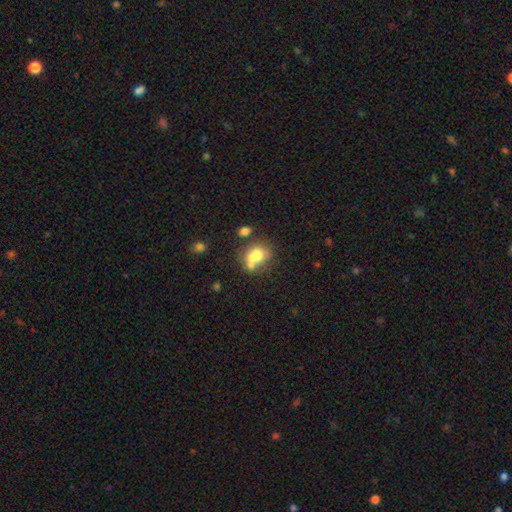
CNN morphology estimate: Smooth or featured: smooth — 64% (featured or disk — 24%)
How rounded: round — 51% (in between — 47%)
Merging: merger — 49% (none — 31%)